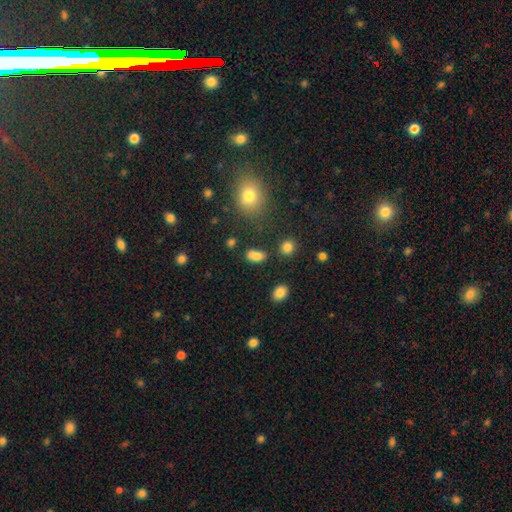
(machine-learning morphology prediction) Smooth or featured? Predicted: smooth (p=0.79). How rounded? Predicted: in between (p=0.82). Merging? Predicted: none (p=0.59).